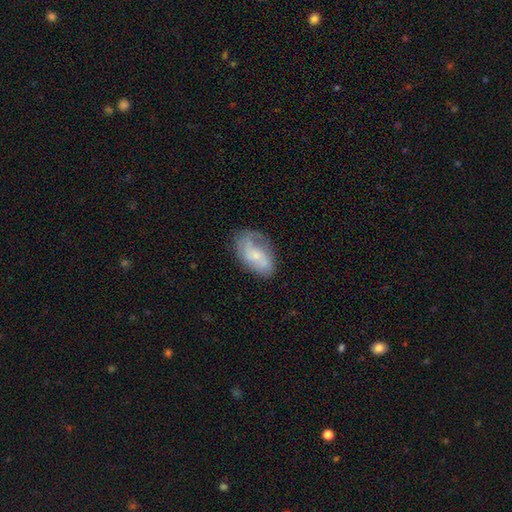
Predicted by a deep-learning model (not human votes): Smooth or featured: featured or disk — 49% (smooth — 44%)
Merging: none — 56% (minor disturbance — 27%)